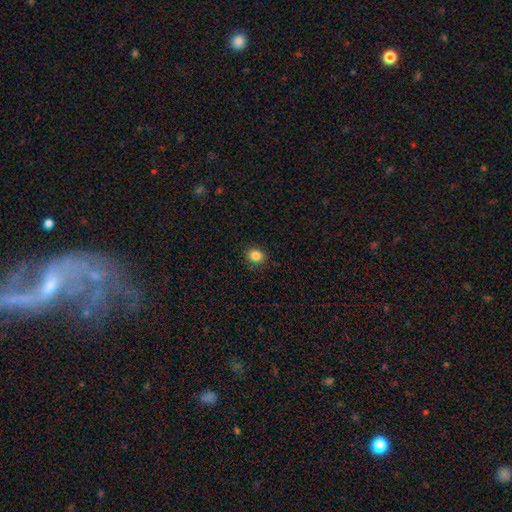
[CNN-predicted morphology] Smooth or featured? smooth (85%)
How rounded? round (59%)
Merging? none (89%)